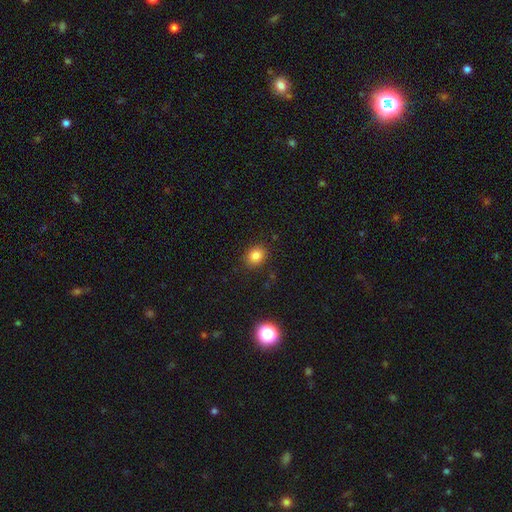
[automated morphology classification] This is clearly a smooth galaxy (82%). How rounded: possibly round (59%). Merging: clearly none (87%).